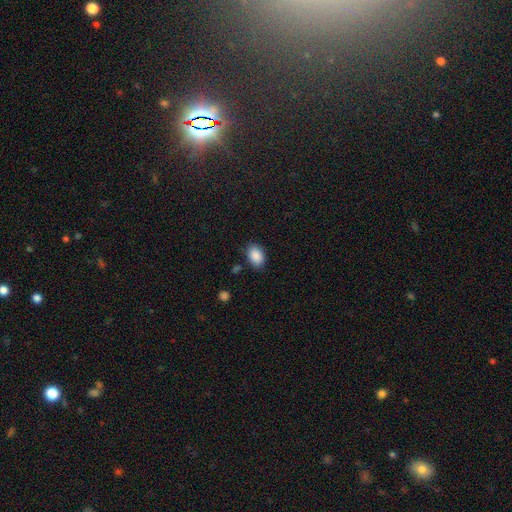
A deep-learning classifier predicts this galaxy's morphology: Smooth or featured?
  - smooth: 89% *
  - star or artifact: 7%
  - featured or disk: 4%
How rounded?
  - in between: 85% *
  - round: 14%
  - cigar-shaped: 1%
Merging?
  - none: 83% *
  - minor disturbance: 12%
  - major disturbance: 3%
  - merger: 2%